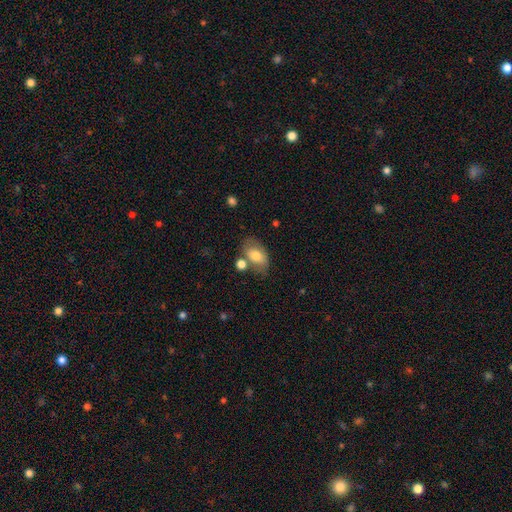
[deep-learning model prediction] This appears to be a smooth galaxy with no disk features (70%) that is in between round and cigar-shaped (88%). Merging: none (54%).